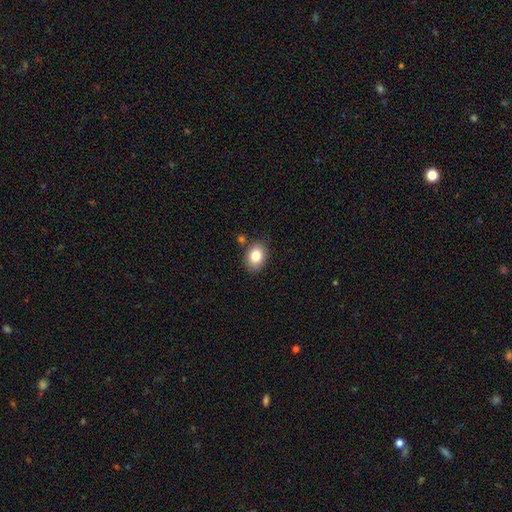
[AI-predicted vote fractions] smooth-or-featured: smooth: 83% | star or artifact: 8% | featured or disk: 8%
  how-rounded: in between: 71% | round: 28% | cigar-shaped: 1%
  merging: none: 80% | minor disturbance: 12% | merger: 5% | major disturbance: 3%